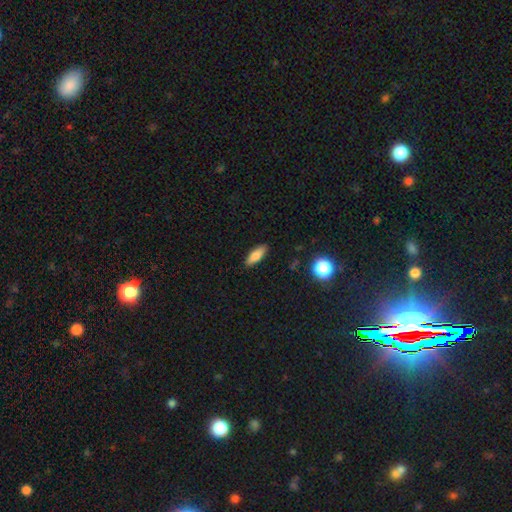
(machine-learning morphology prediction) Smooth or featured?
  - smooth: 82% *
  - featured or disk: 11%
  - star or artifact: 8%
How rounded?
  - in between: 63% *
  - cigar-shaped: 35%
  - round: 2%
Merging?
  - none: 87% *
  - minor disturbance: 10%
  - major disturbance: 2%
  - merger: 1%